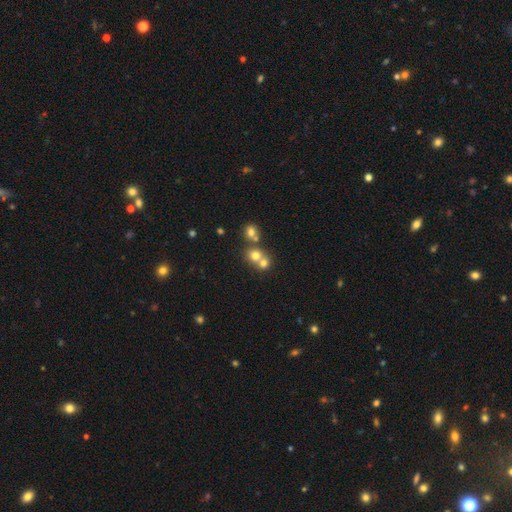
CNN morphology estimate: This appears to be a smooth galaxy with no disk features (69%) that is round (81%). Merging: merger (51%).